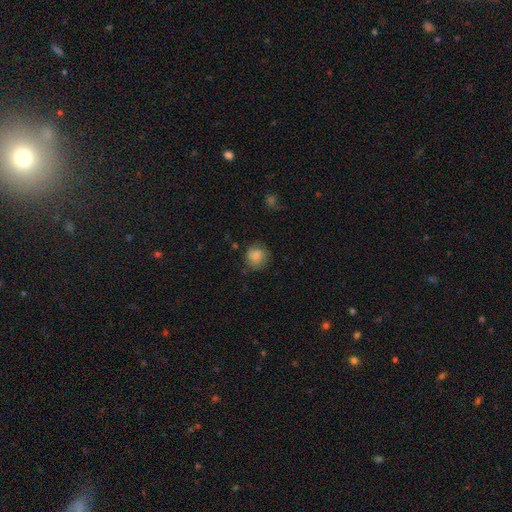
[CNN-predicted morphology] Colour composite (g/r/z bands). It shows a smooth galaxy with no disk features (85%) that is round (88%). Merging: none (73%).